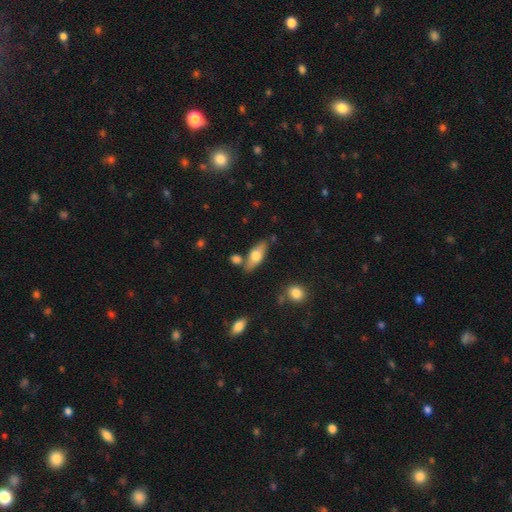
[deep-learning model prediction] Q: Smooth or featured?
A: smooth (59%); runner-up: featured or disk (35%)
Q: How rounded?
A: in between (68%); runner-up: cigar-shaped (29%)
Q: Merging?
A: none (74%); runner-up: minor disturbance (13%)